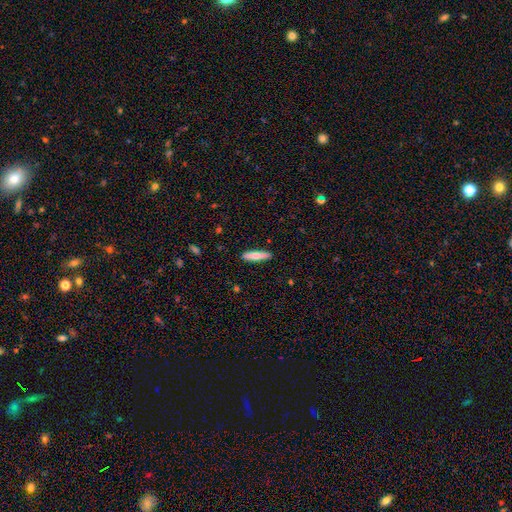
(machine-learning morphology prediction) Smooth or featured? smooth (72%)
How rounded? cigar-shaped (80%)
Merging? none (90%)